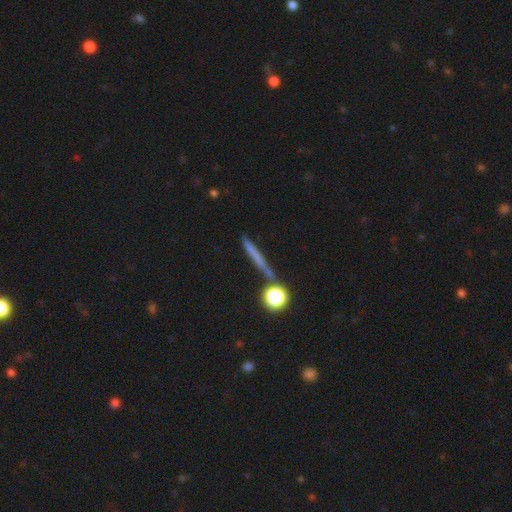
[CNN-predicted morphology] Smooth or featured?
  - smooth: 54% *
  - featured or disk: 30%
  - star or artifact: 16%
How rounded?
  - cigar-shaped: 81% *
  - round: 12%
  - in between: 7%
Merging?
  - none: 78% *
  - minor disturbance: 11%
  - merger: 6%
  - major disturbance: 4%